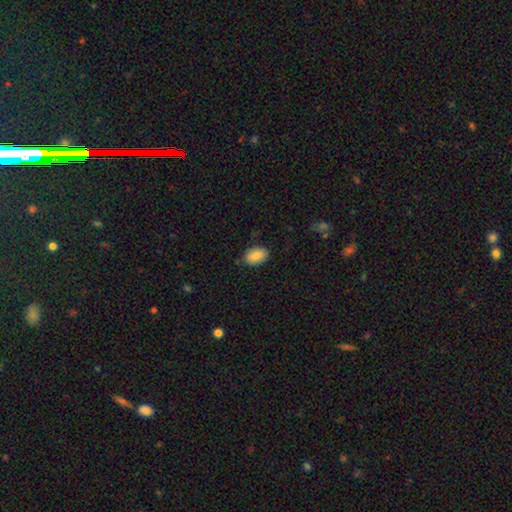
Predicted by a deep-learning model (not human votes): This is clearly a smooth galaxy (87%). How rounded: clearly in between (90%). Merging: clearly none (82%).